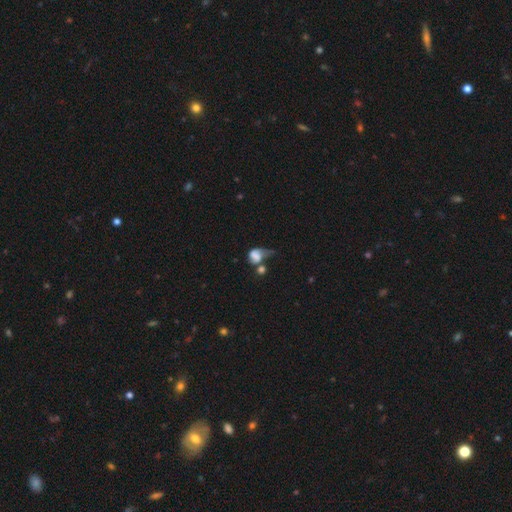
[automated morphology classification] smooth-or-featured: smooth: 60% | featured or disk: 29% | star or artifact: 12%
  how-rounded: in between: 60% | round: 38% | cigar-shaped: 2%
  merging: major disturbance: 34% | merger: 32% | minor disturbance: 17% | none: 16%